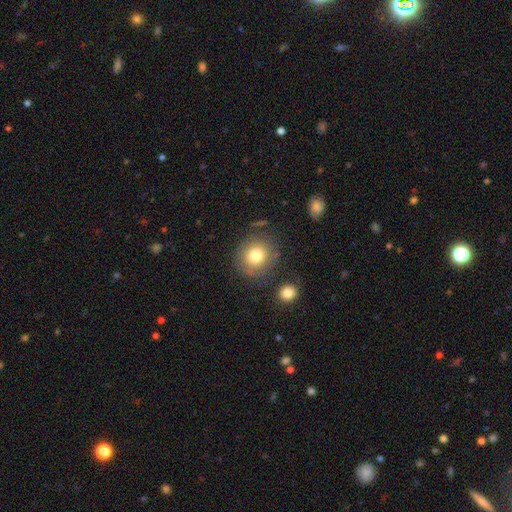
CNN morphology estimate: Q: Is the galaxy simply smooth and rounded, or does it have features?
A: smooth — 77%.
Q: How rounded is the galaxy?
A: round — 88%.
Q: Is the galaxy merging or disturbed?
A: none — 78%.